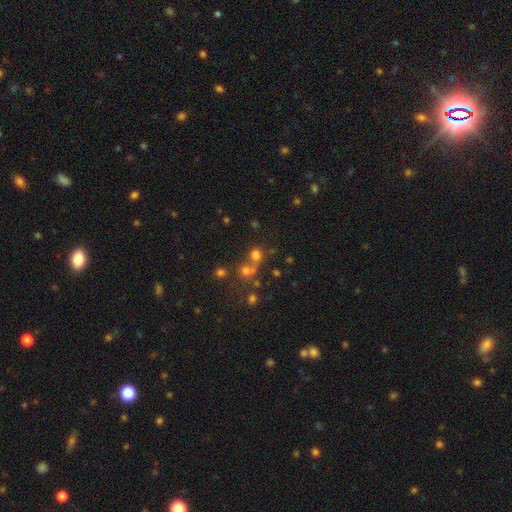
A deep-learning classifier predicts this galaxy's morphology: This is likely a smooth galaxy (62%). How rounded: clearly round (80%). Merging: possibly none (47%).